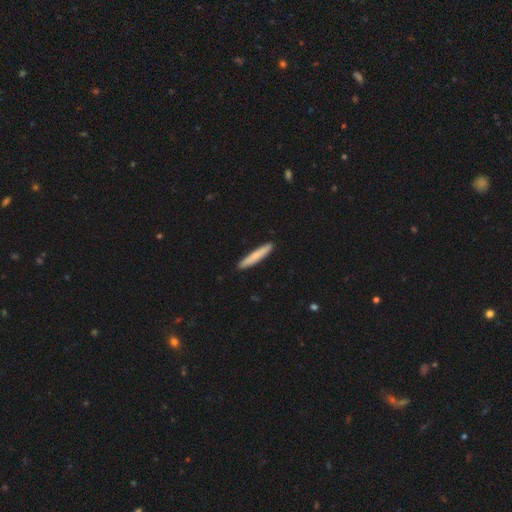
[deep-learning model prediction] A smooth galaxy with no disk features (75%) that is cigar-shaped (94%). Merging: none (92%).